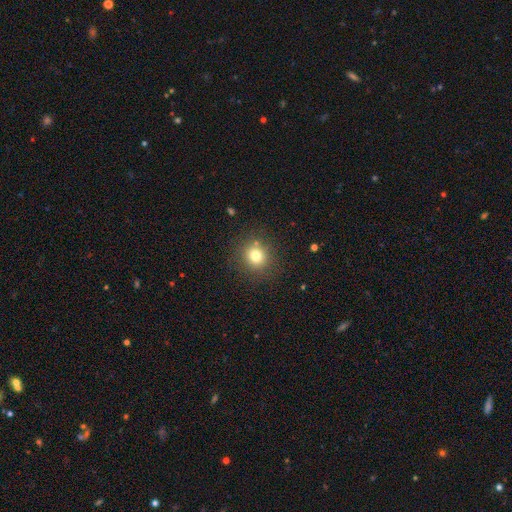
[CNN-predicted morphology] Overall: smooth (76%). How rounded: round (89%). Merging: none (86%).